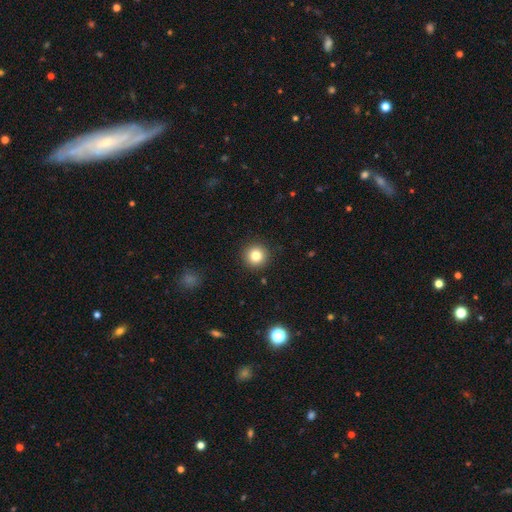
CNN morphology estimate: Overall: smooth (82%). How rounded: round (95%). Merging: none (92%).